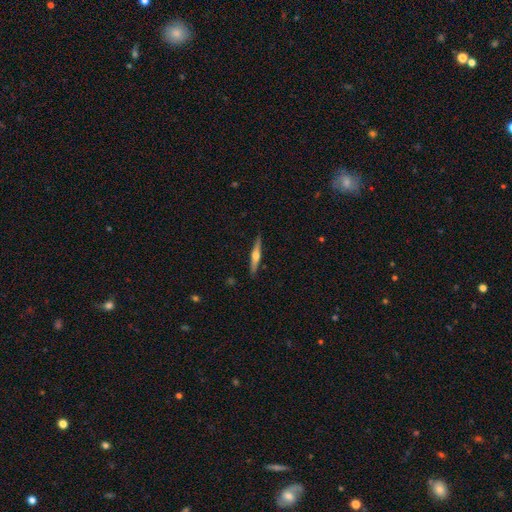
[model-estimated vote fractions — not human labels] Smooth or featured: featured or disk — 69% (smooth — 25%)
Edge-on disk: yes — 98% (no — 2%)
Edge-on bulge: rounded — 92% (boxy — 4%)
Merging: none — 90% (minor disturbance — 8%)